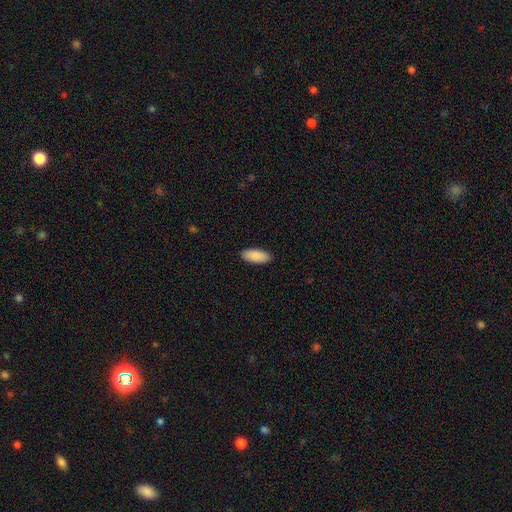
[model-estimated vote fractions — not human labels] Smooth or featured?
  - smooth: 90% *
  - star or artifact: 6%
  - featured or disk: 4%
How rounded?
  - in between: 85% *
  - cigar-shaped: 14%
  - round: 2%
Merging?
  - none: 90% *
  - minor disturbance: 8%
  - major disturbance: 2%
  - merger: 1%